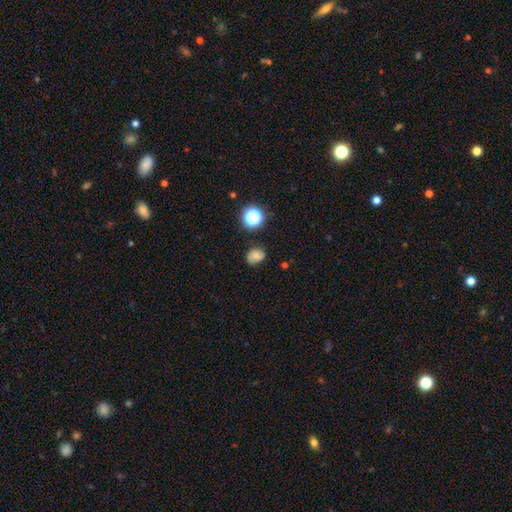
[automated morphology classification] Smooth or featured?
  - smooth: 63% *
  - featured or disk: 21%
  - star or artifact: 16%
How rounded?
  - round: 57% *
  - in between: 42%
  - cigar-shaped: 1%
Merging?
  - none: 63% *
  - minor disturbance: 25%
  - major disturbance: 8%
  - merger: 4%